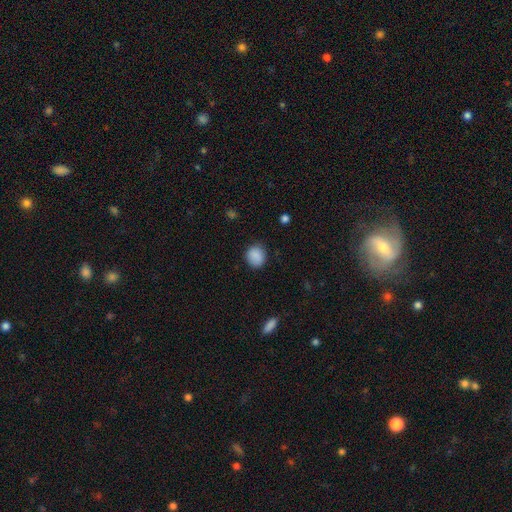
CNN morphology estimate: smooth 89%, star or artifact 8%, featured or disk 3%. Down the decision tree: how rounded — round (78%); merging — none (85%).